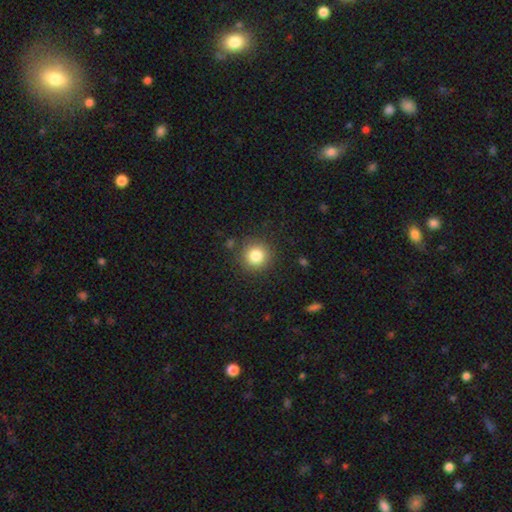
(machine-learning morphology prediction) smooth 82%, star or artifact 11%, featured or disk 7%. Down the decision tree: how rounded — round (94%); merging — none (87%).